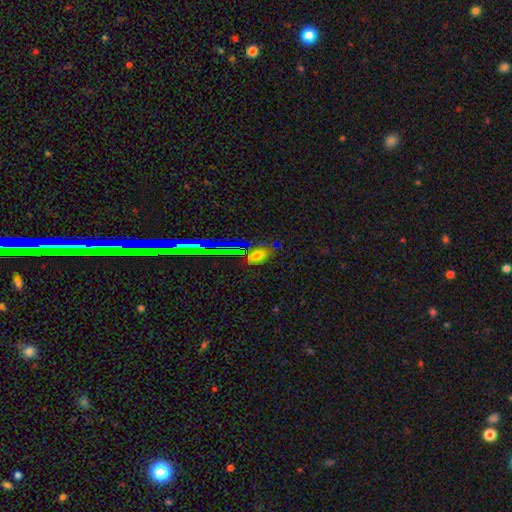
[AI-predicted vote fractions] This is likely a smooth galaxy (67%). How rounded: clearly in between (85%). Merging: clearly none (80%).